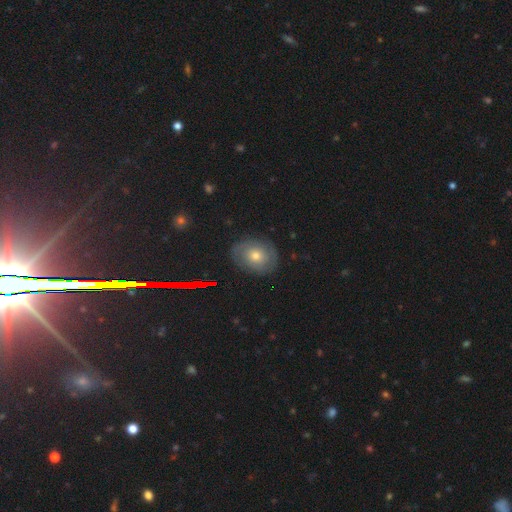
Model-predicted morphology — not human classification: A featured or disk galaxy (44%).

Vote fractions:
- Smooth or featured? featured or disk: 44% / smooth: 41% / star or artifact: 15%
- Merging? none: 82% / minor disturbance: 13% / major disturbance: 4% / merger: 1%